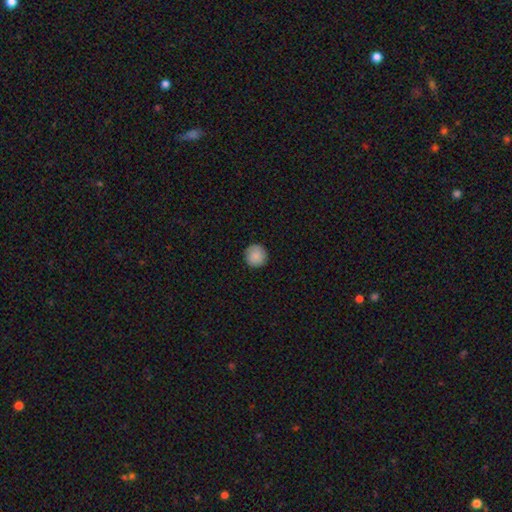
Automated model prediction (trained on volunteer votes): Smooth or featured?
  - smooth: 87% *
  - star or artifact: 7%
  - featured or disk: 6%
How rounded?
  - round: 95% *
  - in between: 4%
  - cigar-shaped: 1%
Merging?
  - none: 91% *
  - minor disturbance: 6%
  - major disturbance: 2%
  - merger: 1%